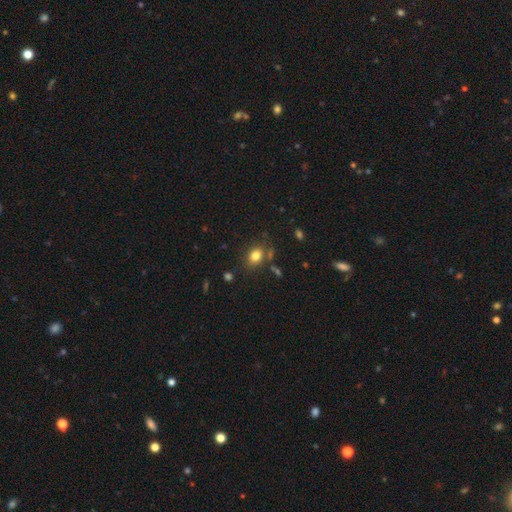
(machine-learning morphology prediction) This is likely a smooth galaxy (80%). How rounded: possibly in between (59%). Merging: likely none (75%).